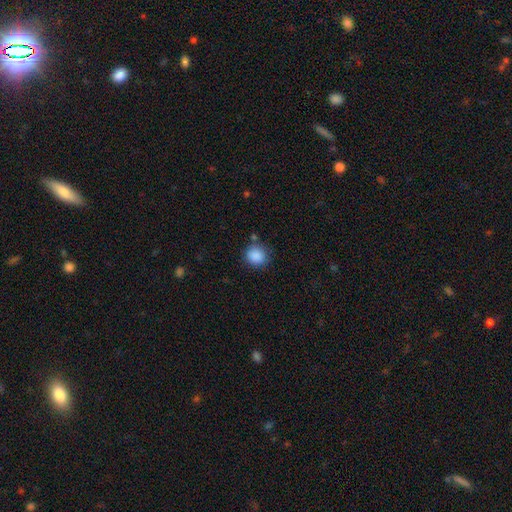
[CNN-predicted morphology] Smooth or featured? smooth (88%)
How rounded? round (87%)
Merging? none (78%)